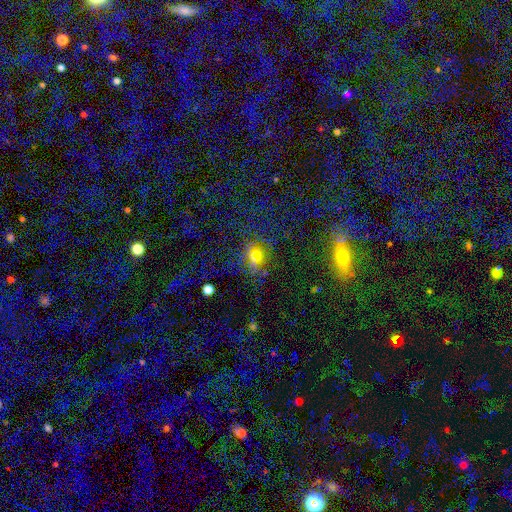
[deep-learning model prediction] Smooth or featured? Predicted: smooth (p=0.48). Merging? Predicted: none (p=0.62).